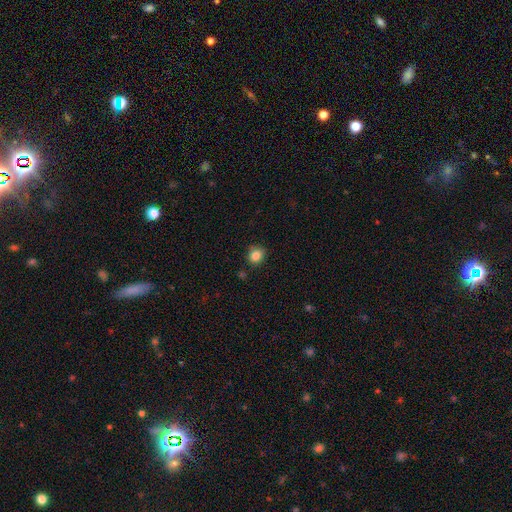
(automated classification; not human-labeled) smooth_or_featured: smooth (p=0.84) [alt: star or artifact p=0.11]
how_rounded: round (p=0.77) [alt: in between p=0.22]
merging: none (p=0.82) [alt: minor disturbance p=0.14]